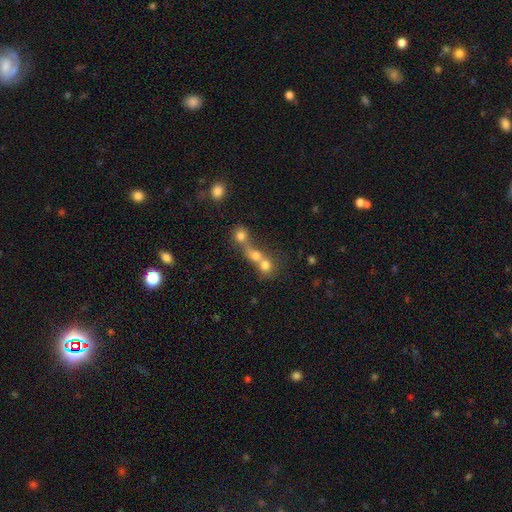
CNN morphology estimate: Smooth or featured?
  - smooth: 64% *
  - featured or disk: 19%
  - star or artifact: 17%
How rounded?
  - round: 73% *
  - in between: 23%
  - cigar-shaped: 3%
Merging?
  - merger: 64% *
  - none: 26%
  - minor disturbance: 5%
  - major disturbance: 5%